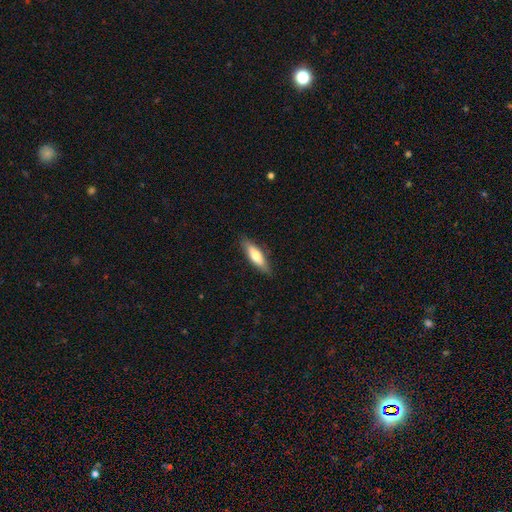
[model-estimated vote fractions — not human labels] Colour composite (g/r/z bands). It shows a smooth galaxy with no disk features (66%) that is cigar-shaped (55%). Merging: none (84%).